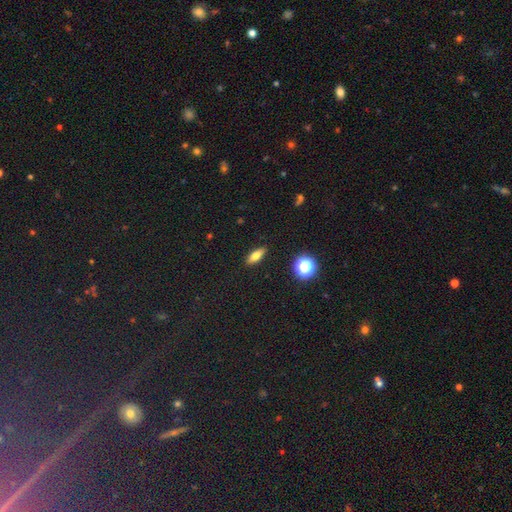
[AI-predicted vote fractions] Smooth or featured? smooth (63%)
How rounded? in between (59%)
Merging? none (89%)